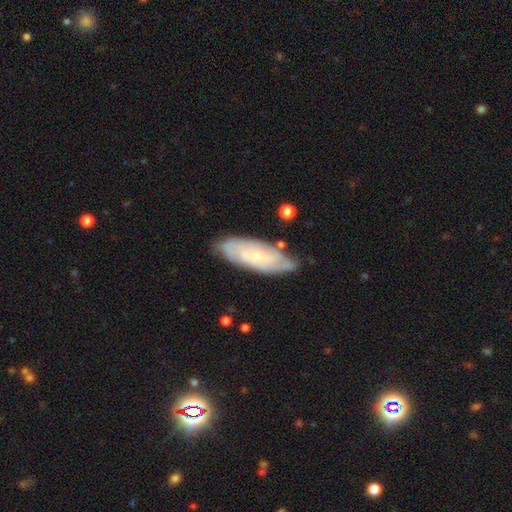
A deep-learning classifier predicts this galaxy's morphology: Overall: featured or disk (64%; smooth 29%). Edge-on disk: no (84%). Bar: no (68%). Spiral arms: yes (85%). Bulge size: small (80%). Merging: none (78%).